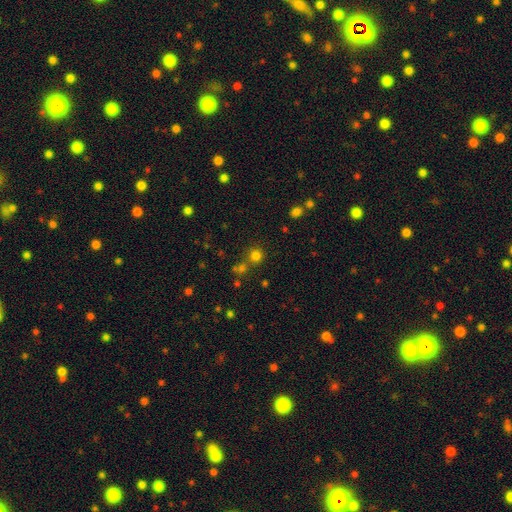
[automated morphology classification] A smooth galaxy with no disk features (74%) that is round (92%).

Vote fractions:
- Smooth or featured? smooth: 74% / star or artifact: 20% / featured or disk: 6%
- How rounded? round: 92% / in between: 7% / cigar-shaped: 1%
- Merging? none: 72% / merger: 17% / minor disturbance: 8% / major disturbance: 4%